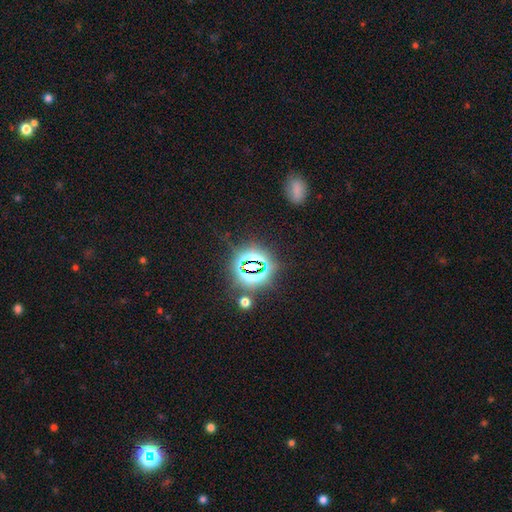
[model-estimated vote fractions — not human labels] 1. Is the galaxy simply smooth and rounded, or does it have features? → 80% star or artifact, 13% smooth, 7% featured or disk.